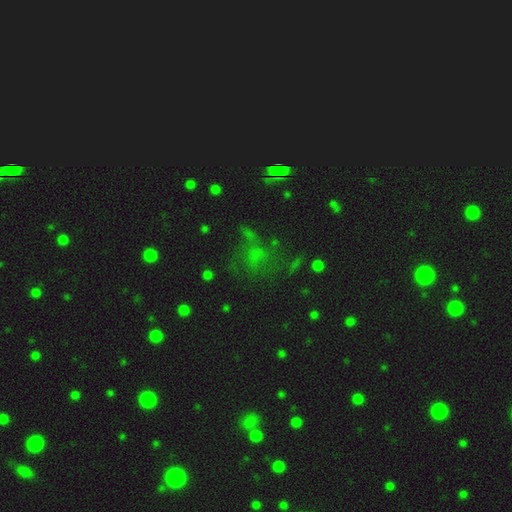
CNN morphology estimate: Smooth or featured? smooth (42%)
Merging? none (47%)